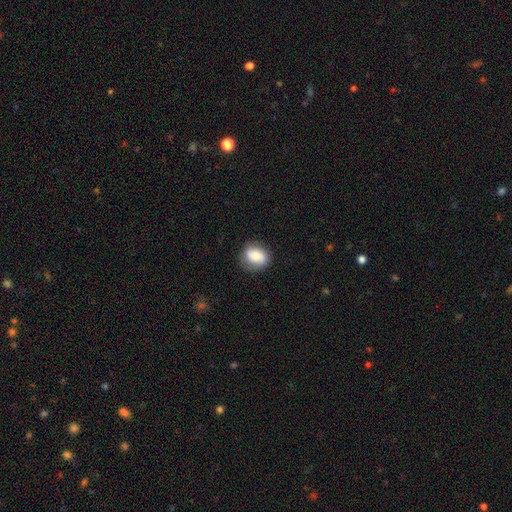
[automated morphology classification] smooth 69%, featured or disk 23%, star or artifact 8%. Down the decision tree: how rounded — round (58%); merging — none (76%).